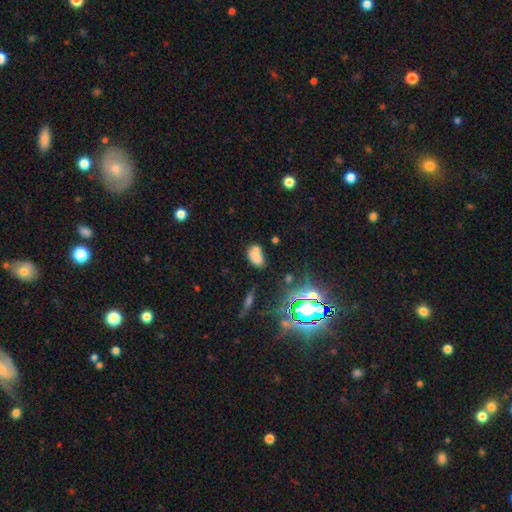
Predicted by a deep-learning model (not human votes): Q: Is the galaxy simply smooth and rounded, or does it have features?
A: smooth — 69%.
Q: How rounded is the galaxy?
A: in between — 84%.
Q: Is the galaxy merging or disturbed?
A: merger — 41%.